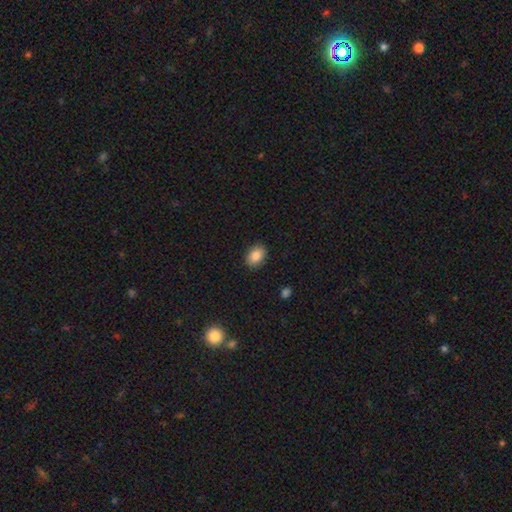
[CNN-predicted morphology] Q: Smooth or featured?
A: smooth (87%); runner-up: star or artifact (8%)
Q: How rounded?
A: in between (76%); runner-up: round (23%)
Q: Merging?
A: none (88%); runner-up: minor disturbance (9%)